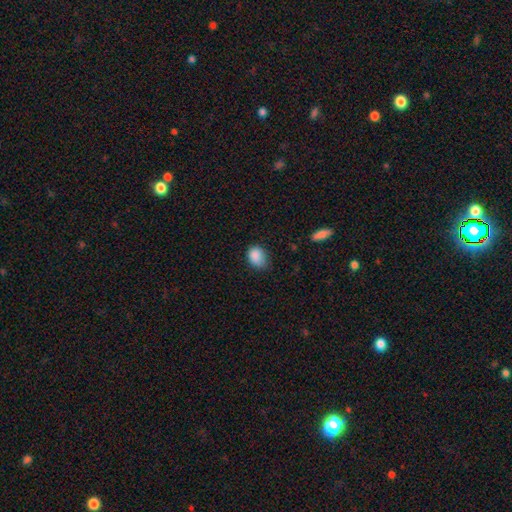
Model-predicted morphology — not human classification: Smooth or featured? Predicted: smooth (p=0.87). How rounded? Predicted: in between (p=0.64). Merging? Predicted: none (p=0.60).